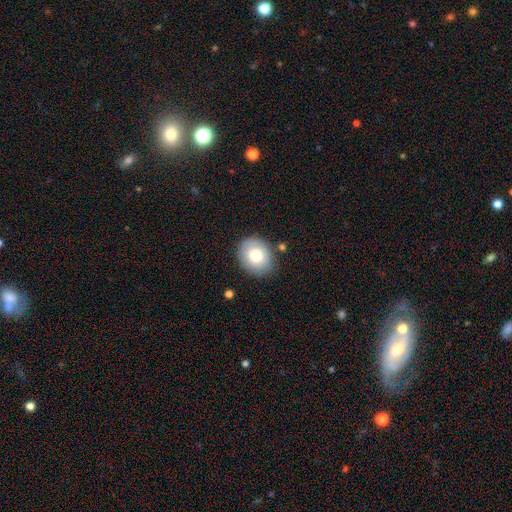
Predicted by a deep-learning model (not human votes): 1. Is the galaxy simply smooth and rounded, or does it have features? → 75% smooth, 17% featured or disk, 8% star or artifact.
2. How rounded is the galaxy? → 57% round, 42% in between, 1% cigar-shaped.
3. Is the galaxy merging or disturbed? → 81% none, 13% minor disturbance, 3% major disturbance, 3% merger.